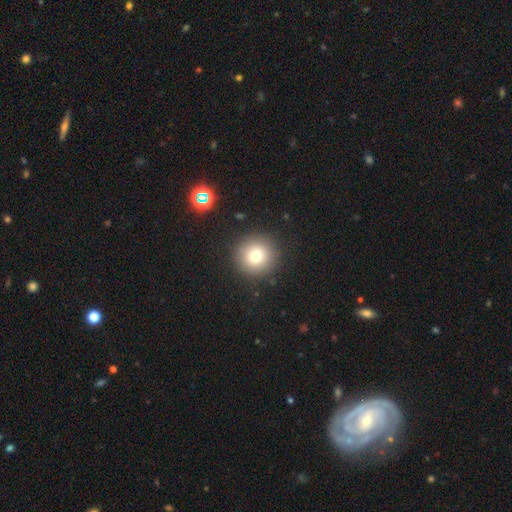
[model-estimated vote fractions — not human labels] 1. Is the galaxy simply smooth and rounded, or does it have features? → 75% smooth, 14% star or artifact, 11% featured or disk.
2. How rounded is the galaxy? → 95% round, 4% in between, 1% cigar-shaped.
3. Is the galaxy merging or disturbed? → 90% none, 6% minor disturbance, 3% major disturbance, 1% merger.